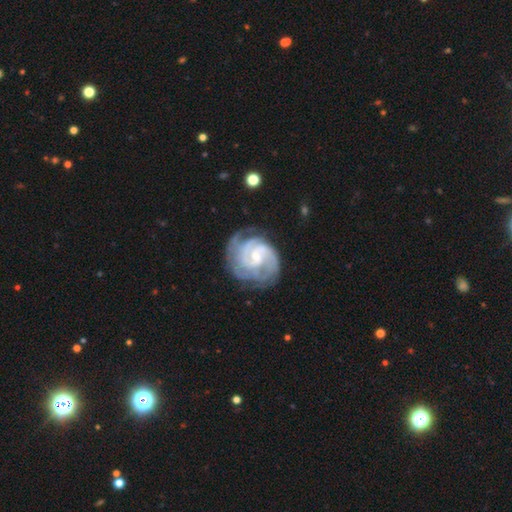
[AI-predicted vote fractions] The model was most divided on "bar": weak: 47%, no: 44%, strong: 9%. Remaining: edge-on disk — no (98%); spiral arms — yes (97%); smooth or featured — featured or disk (90%); merging — none (65%); spiral winding — tight (62%); bulge size — small (58%); spiral arm count — 2 (35%).